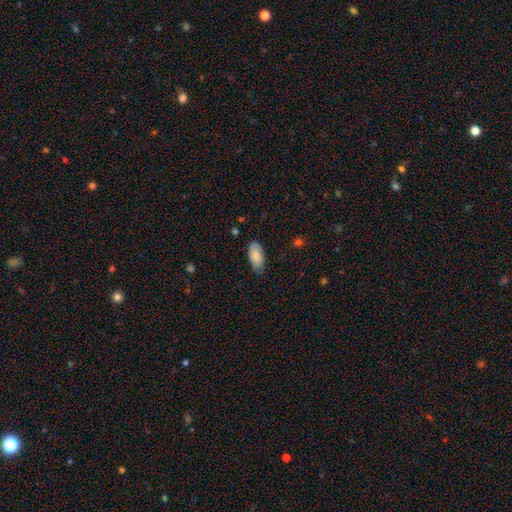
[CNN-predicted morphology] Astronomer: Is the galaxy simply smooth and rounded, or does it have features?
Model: smooth — 85%.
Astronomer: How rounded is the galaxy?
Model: in between — 94%.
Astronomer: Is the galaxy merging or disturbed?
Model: none — 78%.